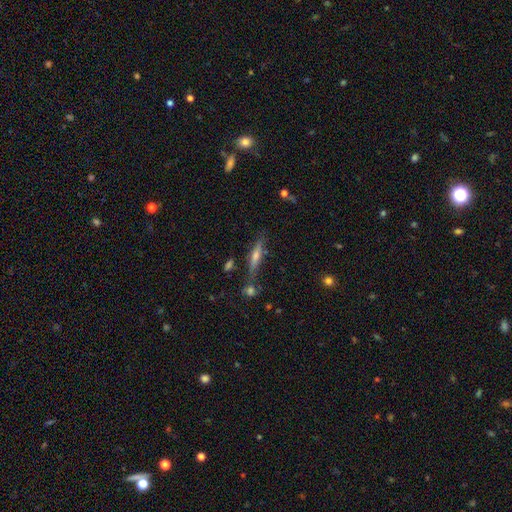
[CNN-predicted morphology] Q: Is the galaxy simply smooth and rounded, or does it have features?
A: featured or disk — 61%.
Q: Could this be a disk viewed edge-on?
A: yes — 94%.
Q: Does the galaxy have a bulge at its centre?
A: rounded — 75%.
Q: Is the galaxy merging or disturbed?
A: none — 77%.